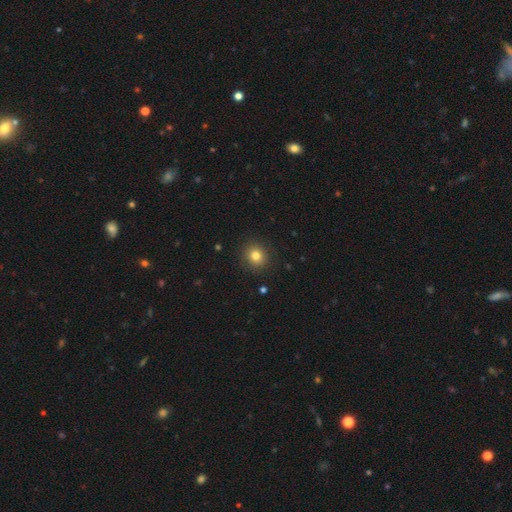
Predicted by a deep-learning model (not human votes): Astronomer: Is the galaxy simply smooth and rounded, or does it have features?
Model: smooth — 81%.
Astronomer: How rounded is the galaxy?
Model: round — 86%.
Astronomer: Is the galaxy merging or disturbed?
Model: none — 89%.